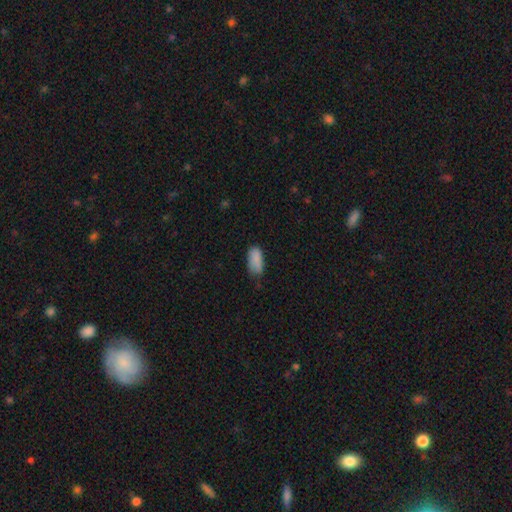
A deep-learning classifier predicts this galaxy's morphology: This is clearly a smooth galaxy (87%). How rounded: clearly in between (89%). Merging: possibly none (59%).